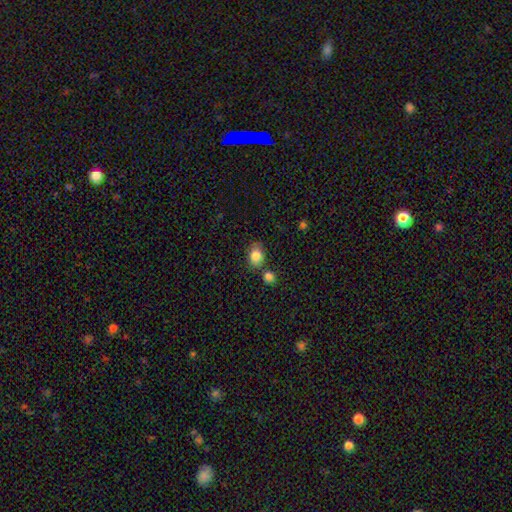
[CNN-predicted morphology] Overall: smooth (85%). How rounded: in between (61%; round 38%). Merging: none (68%).